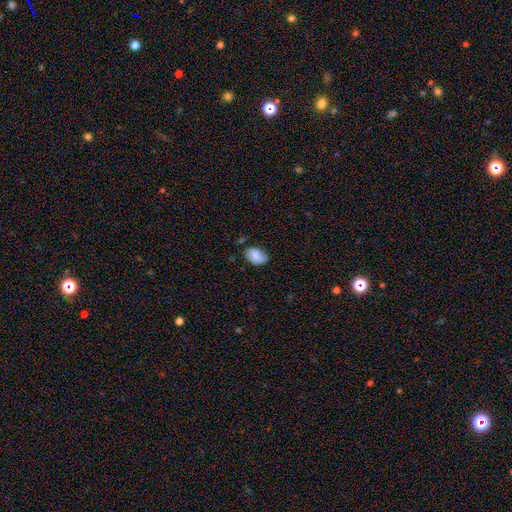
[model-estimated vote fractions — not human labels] Overall: smooth (80%). How rounded: in between (85%). Merging: none (66%; minor disturbance 27%).